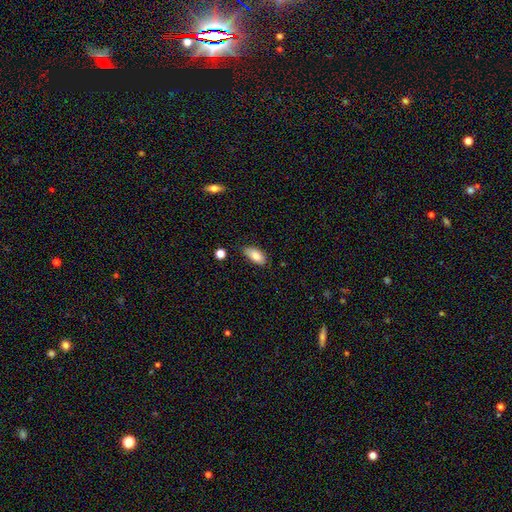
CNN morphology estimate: Q: Smooth or featured?
A: smooth (85%); runner-up: featured or disk (8%)
Q: How rounded?
A: in between (90%); runner-up: cigar-shaped (6%)
Q: Merging?
A: none (72%); runner-up: minor disturbance (22%)